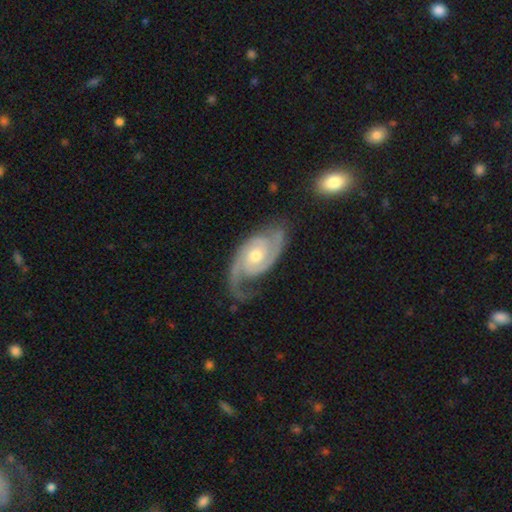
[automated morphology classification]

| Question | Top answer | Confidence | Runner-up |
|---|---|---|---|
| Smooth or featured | featured or disk | 92% | smooth (4%) |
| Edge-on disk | no | 97% | yes (3%) |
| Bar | no | 66% | weak (27%) |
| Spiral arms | yes | 98% | no (2%) |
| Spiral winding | medium | 45% | tight (44%) |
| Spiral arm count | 2 | 88% | 3 (4%) |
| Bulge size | moderate | 65% | small (30%) |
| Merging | none | 73% | minor disturbance (18%) |